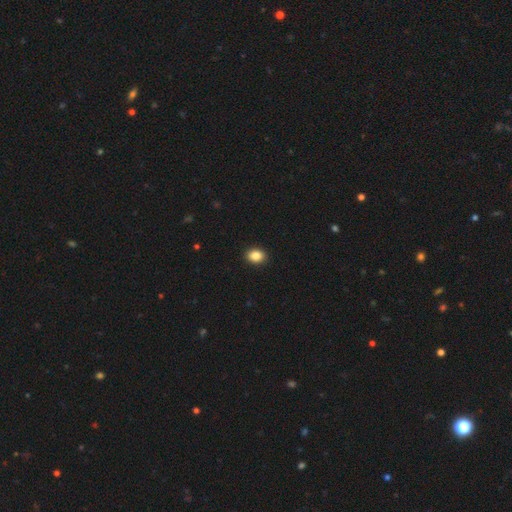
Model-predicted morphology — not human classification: Q: Smooth or featured?
A: smooth (87%); runner-up: star or artifact (9%)
Q: How rounded?
A: in between (63%); runner-up: round (36%)
Q: Merging?
A: none (92%); runner-up: minor disturbance (6%)